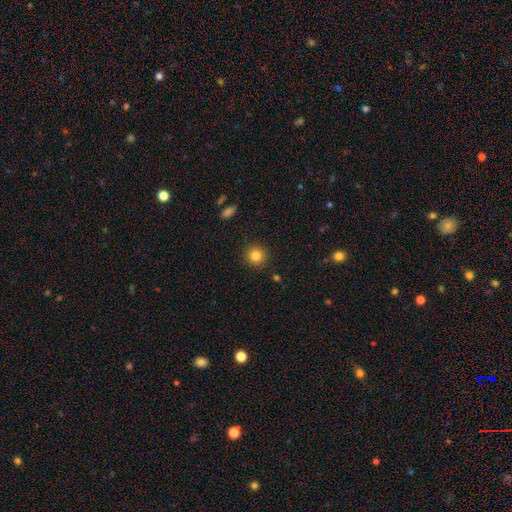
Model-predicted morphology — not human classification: smooth 83%, star or artifact 11%, featured or disk 6%. Down the decision tree: how rounded — round (93%); merging — none (91%).